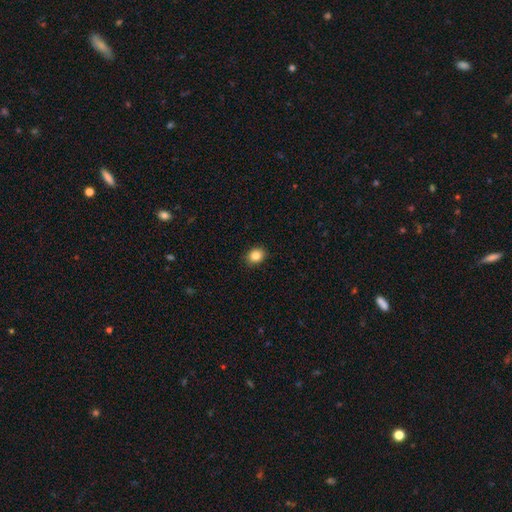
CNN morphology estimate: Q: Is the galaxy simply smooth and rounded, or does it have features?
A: smooth — 85%.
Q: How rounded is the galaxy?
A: round — 53%.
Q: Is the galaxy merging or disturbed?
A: none — 90%.